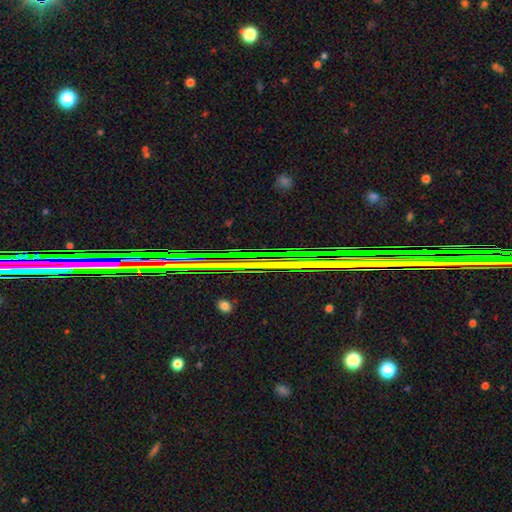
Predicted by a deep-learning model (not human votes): Morphology: type=star or artifact (78%).